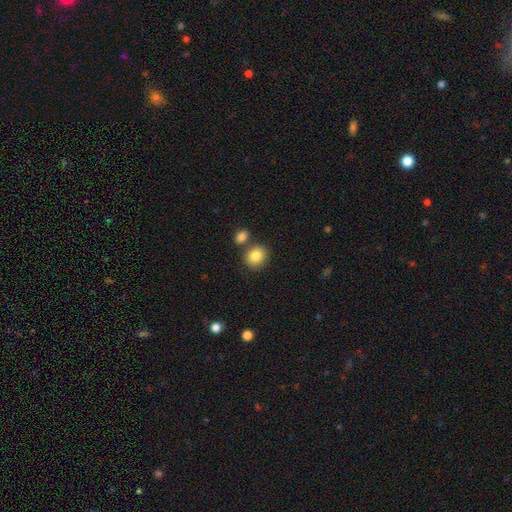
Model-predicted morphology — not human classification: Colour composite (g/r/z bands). It shows a smooth galaxy with no disk features (85%) that is round (74%). Merging: none (70%).